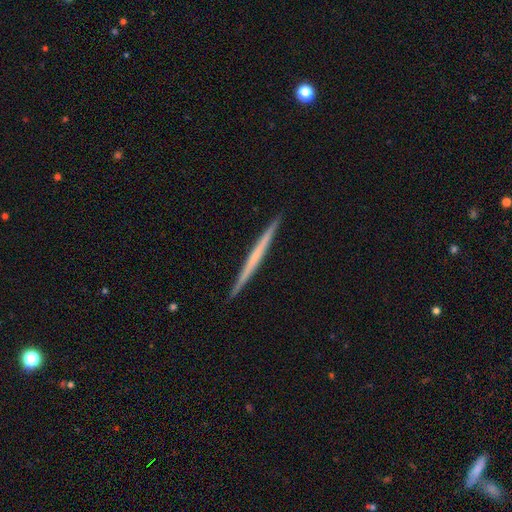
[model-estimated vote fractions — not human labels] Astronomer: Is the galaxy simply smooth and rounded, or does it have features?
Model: featured or disk — 59% (runner-up: smooth, 36%).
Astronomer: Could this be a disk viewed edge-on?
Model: yes — 98%.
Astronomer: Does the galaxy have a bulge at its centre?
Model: none — 85%.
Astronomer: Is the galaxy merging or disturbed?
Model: none — 93%.